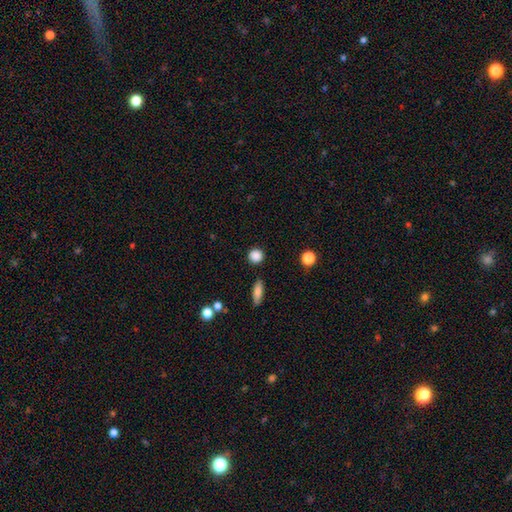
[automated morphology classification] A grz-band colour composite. It shows a smooth galaxy with no disk features (86%) that is round (91%). Merging: none (88%).